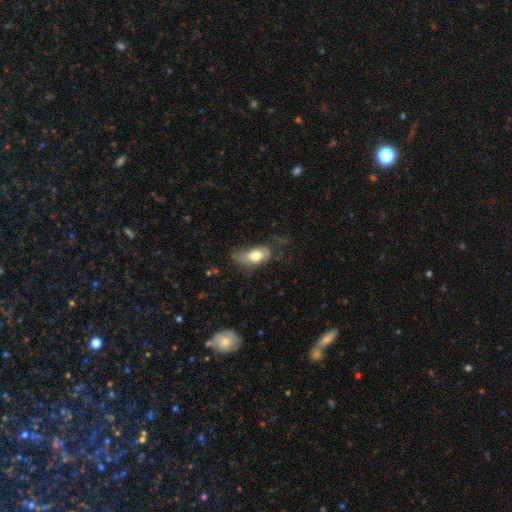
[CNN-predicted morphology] The model was most divided on "merging": none: 35%, minor disturbance: 31%, major disturbance: 31%, merger: 3%. More confident: how rounded — in between (88%); smooth or featured — smooth (65%).